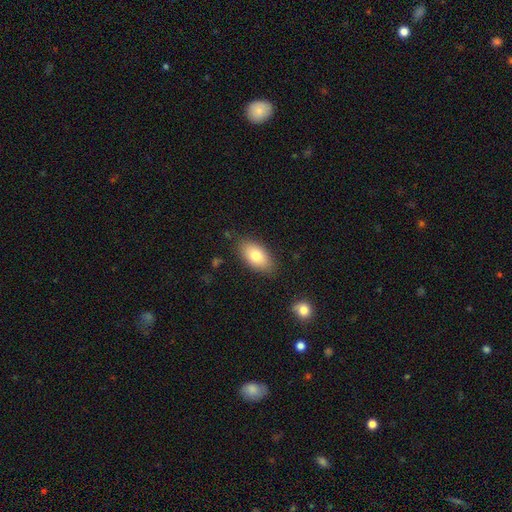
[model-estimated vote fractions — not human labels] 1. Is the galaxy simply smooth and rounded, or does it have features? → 77% smooth, 16% featured or disk, 7% star or artifact.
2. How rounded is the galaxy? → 92% in between, 5% round, 3% cigar-shaped.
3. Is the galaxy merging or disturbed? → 84% none, 11% minor disturbance, 3% major disturbance, 2% merger.